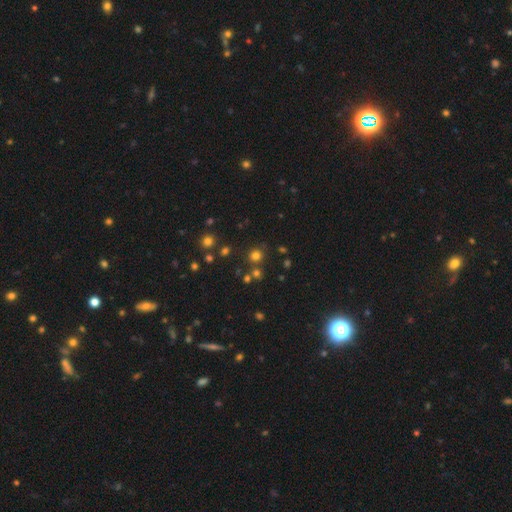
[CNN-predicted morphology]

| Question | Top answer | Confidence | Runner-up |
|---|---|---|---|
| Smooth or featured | smooth | 70% | star or artifact (24%) |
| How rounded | round | 91% | in between (8%) |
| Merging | none | 80% | merger (9%) |